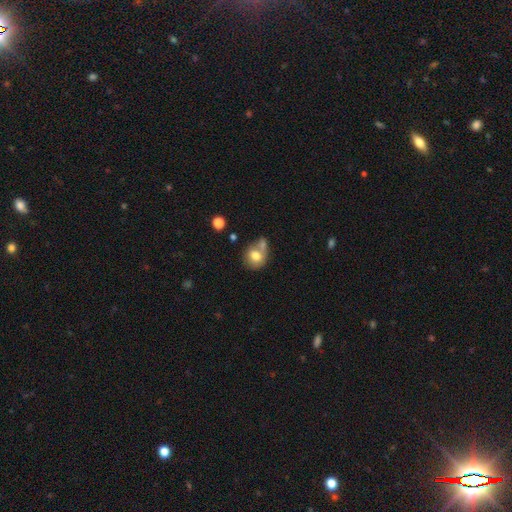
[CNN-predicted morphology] Q: Smooth or featured?
A: smooth (75%); runner-up: featured or disk (16%)
Q: How rounded?
A: round (70%); runner-up: in between (29%)
Q: Merging?
A: none (40%); runner-up: merger (37%)